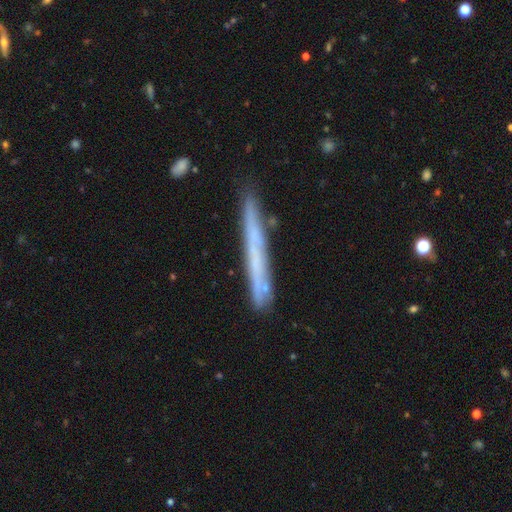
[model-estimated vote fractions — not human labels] Smooth or featured? featured or disk (47%)
Merging? none (84%)